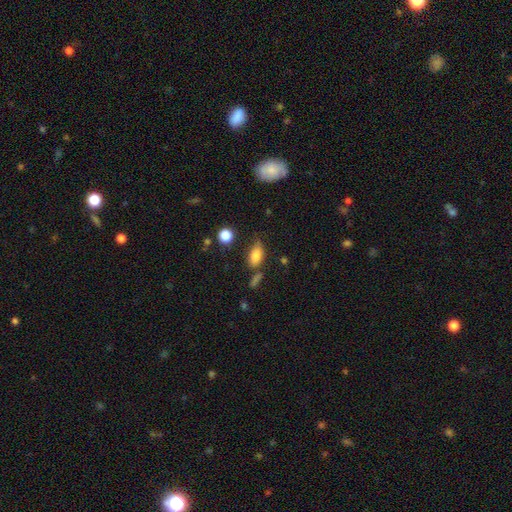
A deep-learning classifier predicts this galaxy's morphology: type=smooth (80%); roundness=in between (87%); merging=none (56%).